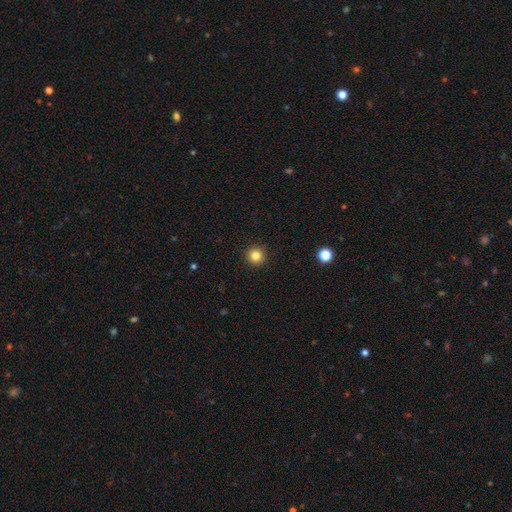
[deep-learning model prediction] Overall: smooth (83%). How rounded: round (96%). Merging: none (93%).